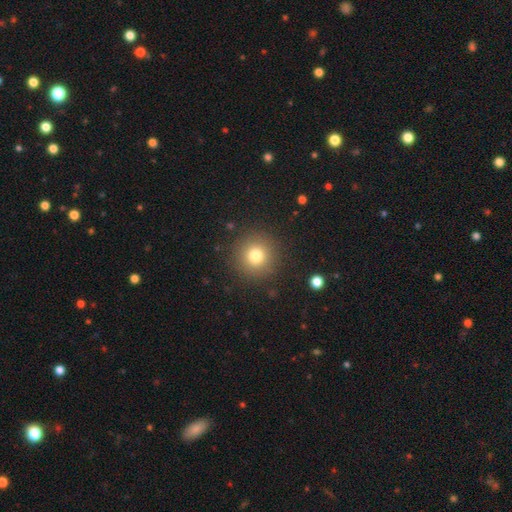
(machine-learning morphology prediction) Q: Smooth or featured?
A: smooth (78%); runner-up: star or artifact (14%)
Q: How rounded?
A: round (95%); runner-up: in between (4%)
Q: Merging?
A: none (90%); runner-up: minor disturbance (6%)